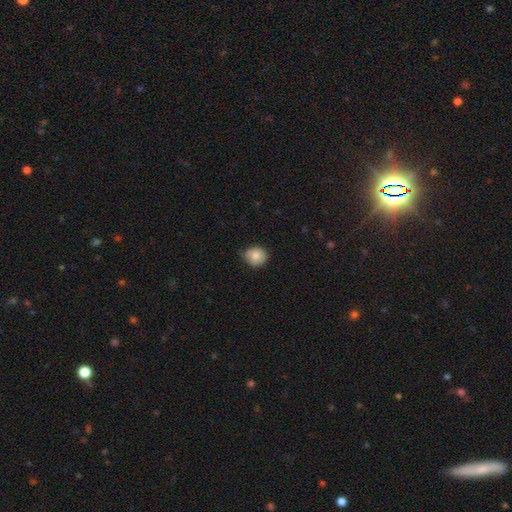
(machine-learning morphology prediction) Smooth or featured? smooth (81%)
How rounded? round (81%)
Merging? none (63%)